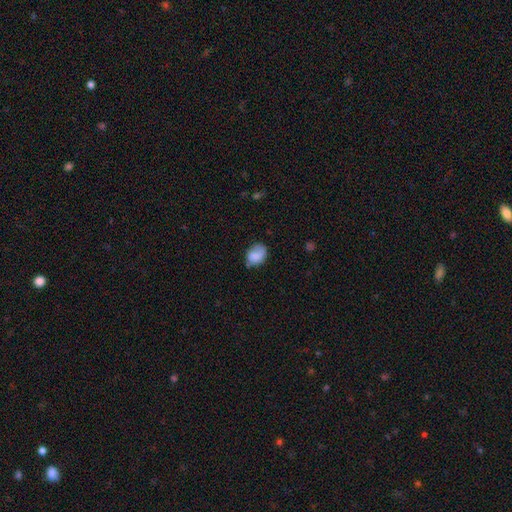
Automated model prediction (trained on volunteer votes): This is likely a smooth galaxy (78%). How rounded: likely in between (63%). Merging: possibly none (50%).